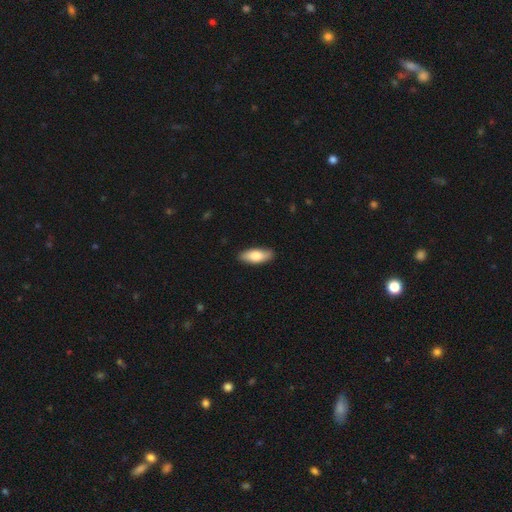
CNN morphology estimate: Smooth or featured?
  - smooth: 77% *
  - featured or disk: 17%
  - star or artifact: 5%
How rounded?
  - in between: 75% *
  - cigar-shaped: 22%
  - round: 2%
Merging?
  - none: 89% *
  - minor disturbance: 9%
  - major disturbance: 2%
  - merger: 1%